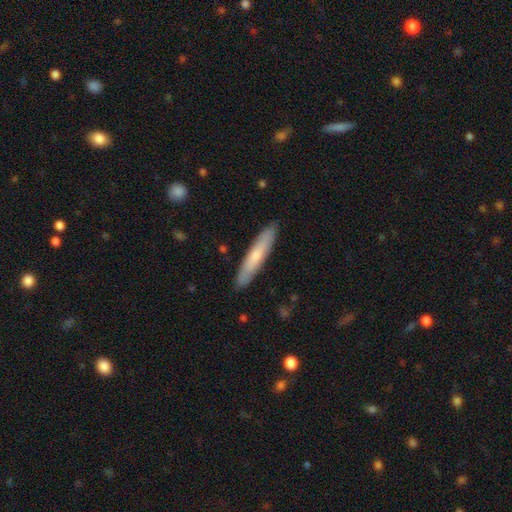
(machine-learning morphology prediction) smooth 64%, featured or disk 31%, star or artifact 5%. Down the decision tree: how rounded — cigar-shaped (90%); merging — none (89%).